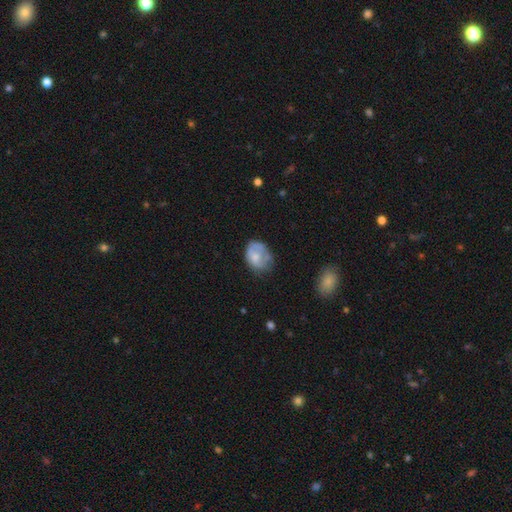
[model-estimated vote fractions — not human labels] Smooth or featured?
  - smooth: 53% *
  - featured or disk: 39%
  - star or artifact: 8%
How rounded?
  - in between: 61% *
  - round: 38%
  - cigar-shaped: 1%
Merging?
  - none: 45% *
  - minor disturbance: 33%
  - major disturbance: 19%
  - merger: 4%